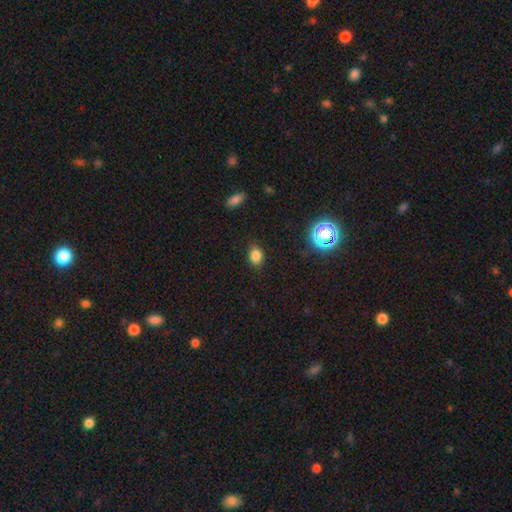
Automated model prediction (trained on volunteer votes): Smooth or featured: smooth — 80% (star or artifact — 15%)
How rounded: in between — 59% (round — 39%)
Merging: none — 82% (minor disturbance — 13%)